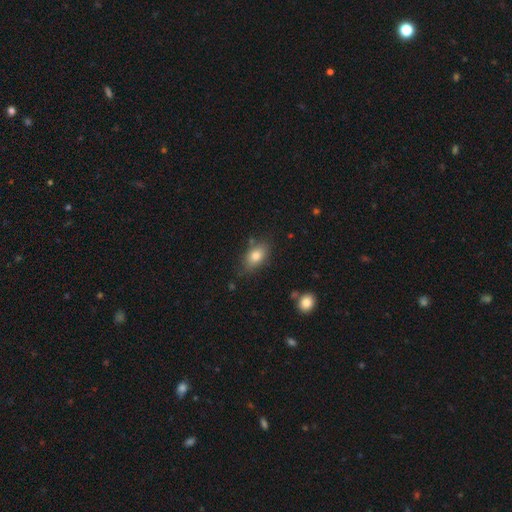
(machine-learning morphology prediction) A smooth galaxy with no disk features (81%) that is in between round and cigar-shaped (87%).

Vote fractions:
- Smooth or featured? smooth: 81% / featured or disk: 11% / star or artifact: 8%
- How rounded? in between: 87% / round: 10% / cigar-shaped: 3%
- Merging? none: 76% / minor disturbance: 17% / major disturbance: 4% / merger: 3%